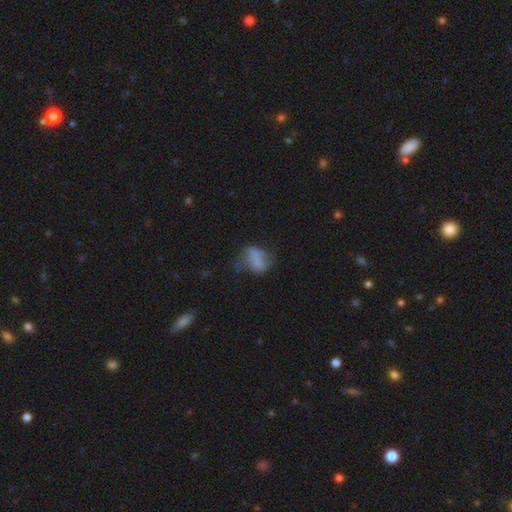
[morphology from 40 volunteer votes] Volunteers were most divided on "merging": merger: 38%, minor disturbance: 31%, none: 21%, major disturbance: 10%. More confident: how rounded — in between (77%); smooth or featured — smooth (75%).